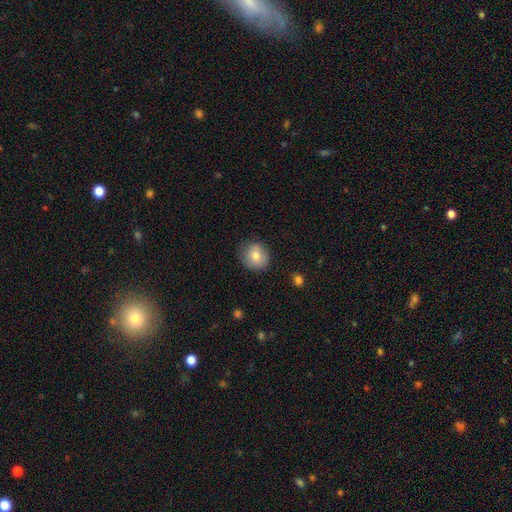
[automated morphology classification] smooth_or_featured: smooth (p=0.79) [alt: featured or disk p=0.12]
how_rounded: round (p=0.88) [alt: in between p=0.11]
merging: none (p=0.82) [alt: minor disturbance p=0.14]